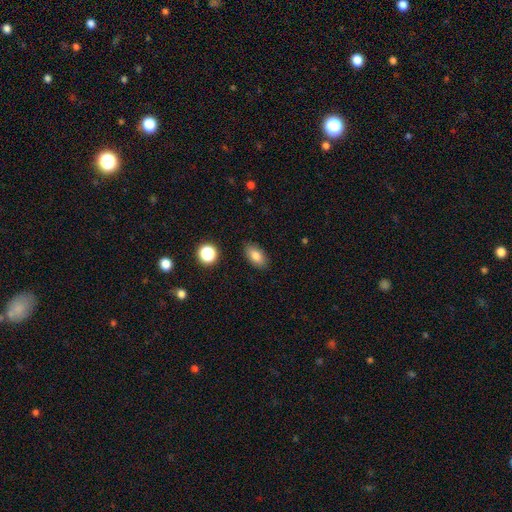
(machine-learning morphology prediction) smooth-or-featured: smooth: 81% | star or artifact: 9% | featured or disk: 9%
  how-rounded: in between: 89% | round: 6% | cigar-shaped: 5%
  merging: none: 87% | minor disturbance: 9% | major disturbance: 2% | merger: 1%